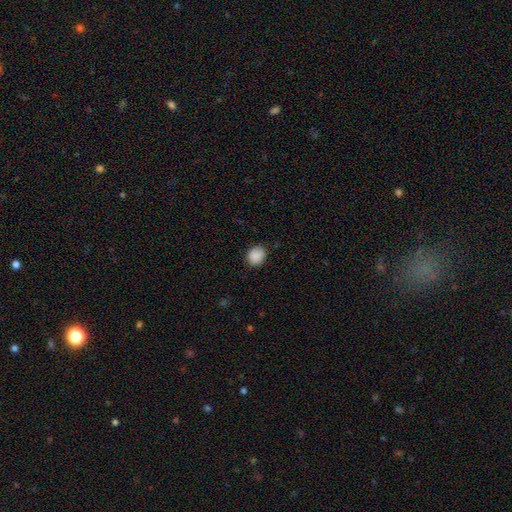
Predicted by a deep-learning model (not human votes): A smooth galaxy with no disk features (89%) that is round (64%).

Vote fractions:
- Smooth or featured? smooth: 89% / star or artifact: 8% / featured or disk: 4%
- How rounded? round: 64% / in between: 35% / cigar-shaped: 1%
- Merging? none: 82% / minor disturbance: 14% / major disturbance: 3% / merger: 1%